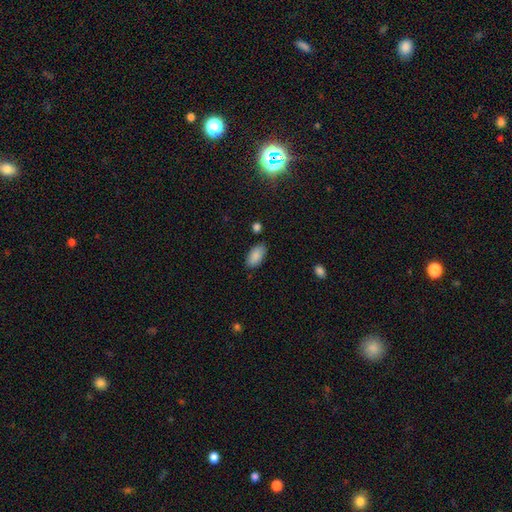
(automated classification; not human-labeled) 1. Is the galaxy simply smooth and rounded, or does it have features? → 88% smooth, 7% star or artifact, 6% featured or disk.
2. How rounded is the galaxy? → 94% in between, 3% cigar-shaped, 3% round.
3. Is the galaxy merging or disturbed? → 80% none, 14% minor disturbance, 3% major disturbance, 3% merger.